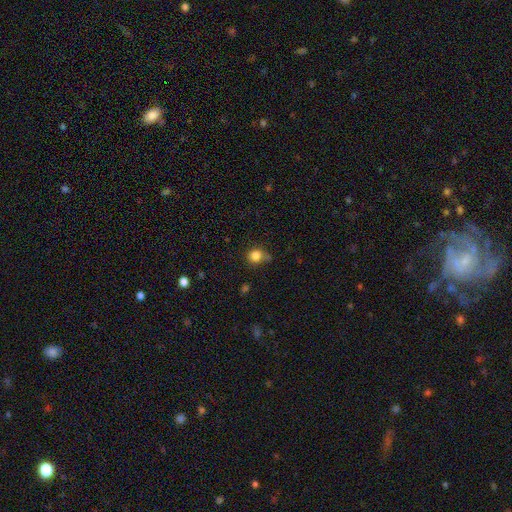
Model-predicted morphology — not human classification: type=smooth (83%); roundness=round (83%); merging=none (65%).